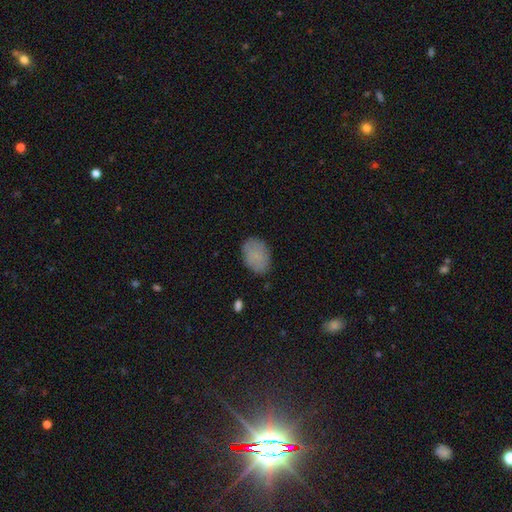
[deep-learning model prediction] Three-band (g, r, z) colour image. It shows a smooth galaxy with no disk features (80%) that is in between round and cigar-shaped (82%). Merging: none (81%).